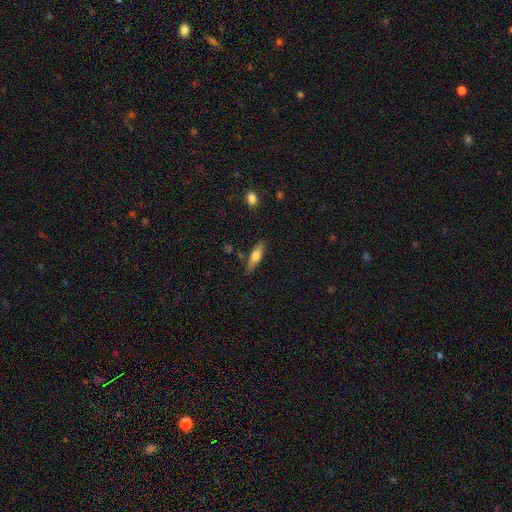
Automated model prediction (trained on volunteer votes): Smooth or featured?
  - smooth: 62% *
  - featured or disk: 32%
  - star or artifact: 6%
How rounded?
  - cigar-shaped: 53% *
  - in between: 44%
  - round: 3%
Merging?
  - none: 78% *
  - minor disturbance: 15%
  - merger: 4%
  - major disturbance: 3%